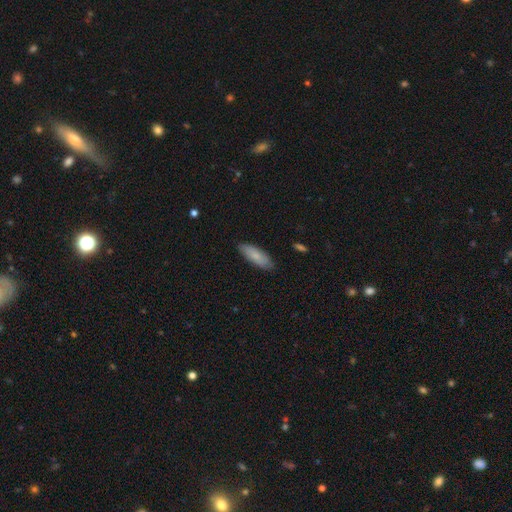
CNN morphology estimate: This appears to be a smooth galaxy with no disk features (83%) that is in between round and cigar-shaped (62%). Merging: none (86%).